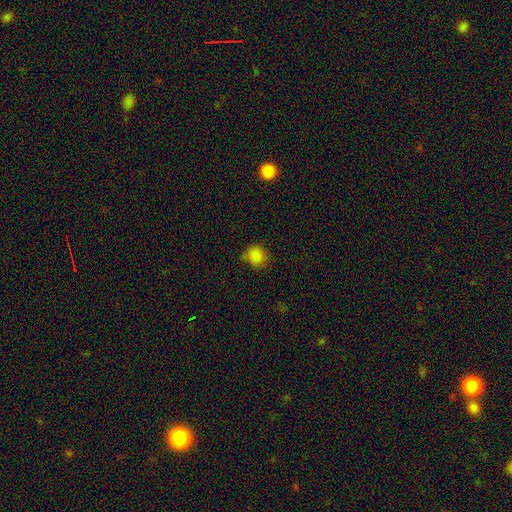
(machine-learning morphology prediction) smooth 83%, star or artifact 13%, featured or disk 4%. Down the decision tree: how rounded — round (85%); merging — none (68%).